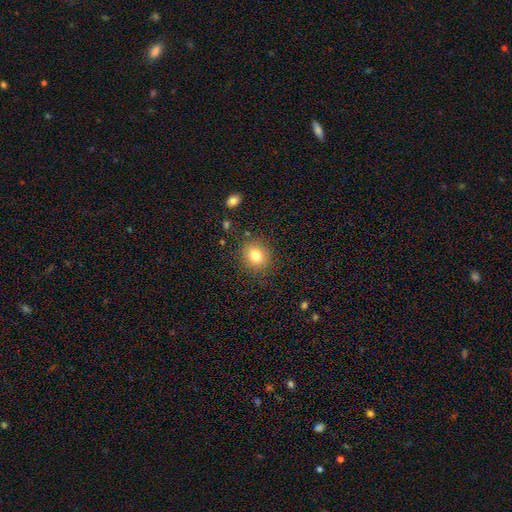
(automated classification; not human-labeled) Smooth or featured: smooth — 80% (star or artifact — 11%)
How rounded: round — 79% (in between — 20%)
Merging: none — 85% (minor disturbance — 9%)